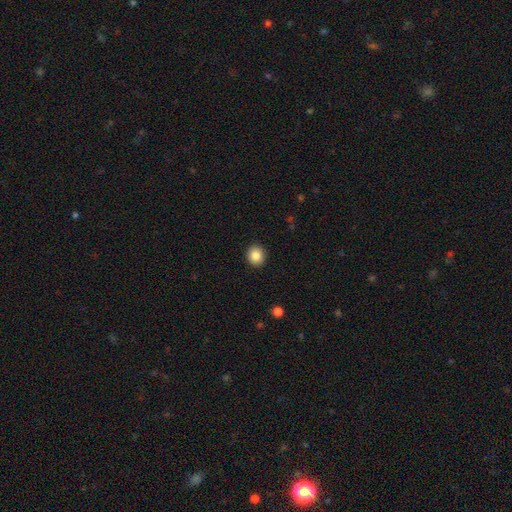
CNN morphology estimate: Overall: smooth (85%). How rounded: round (87%). Merging: none (92%).